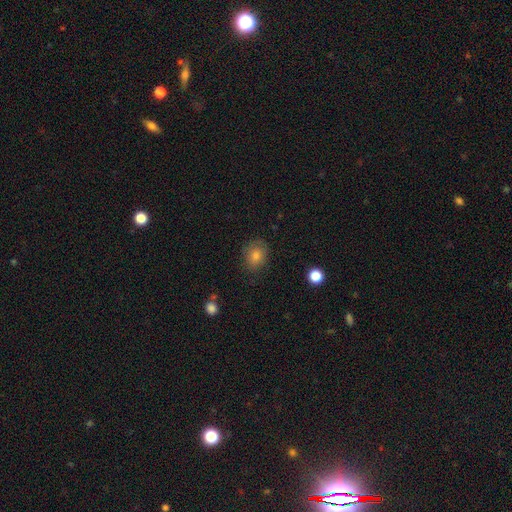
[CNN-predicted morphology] smooth 74%, featured or disk 13%, star or artifact 13%. Down the decision tree: how rounded — round (53%); merging — none (78%).